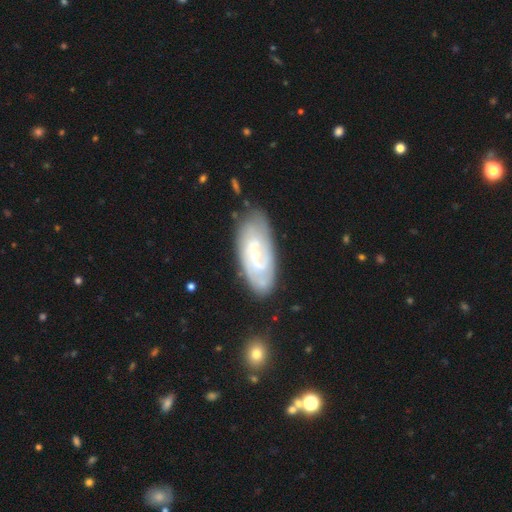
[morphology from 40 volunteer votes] This is clearly a featured or disk galaxy (85%). It is clearly not viewed edge-on (91%). Bar: likely no (65%). Spiral arm pattern: clearly yes (94%). Spiral arm count: likely 2 (62%). Spiral winding: likely tight (62%). Central bulge: possibly small (52%). Merging: likely none (72%).